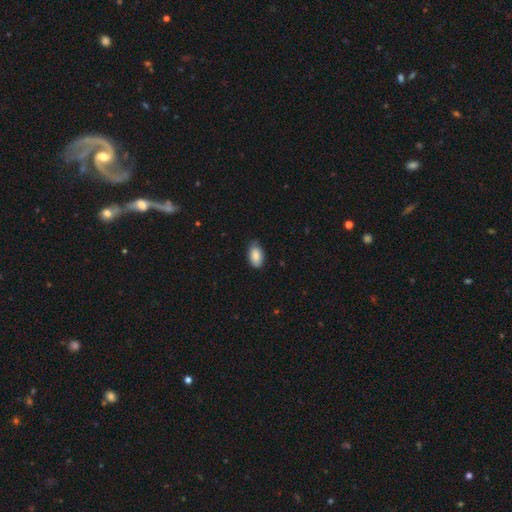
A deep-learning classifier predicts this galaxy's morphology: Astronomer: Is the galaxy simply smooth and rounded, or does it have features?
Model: smooth — 87%.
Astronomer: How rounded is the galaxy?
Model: in between — 94%.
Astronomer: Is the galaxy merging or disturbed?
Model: none — 75%.